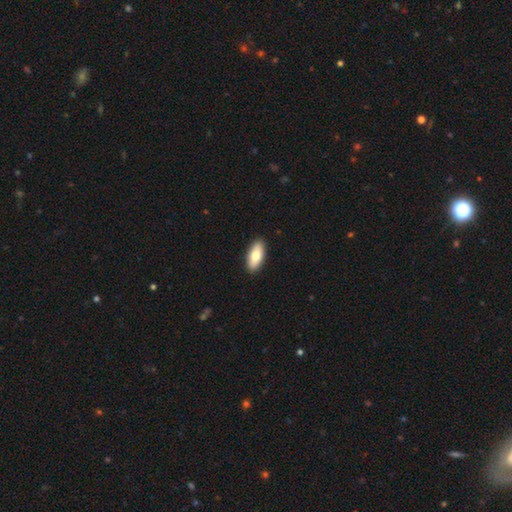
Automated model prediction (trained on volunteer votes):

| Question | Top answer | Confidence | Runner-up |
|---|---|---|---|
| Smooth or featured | smooth | 74% | featured or disk (20%) |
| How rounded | in between | 86% | cigar-shaped (11%) |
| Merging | none | 91% | minor disturbance (7%) |